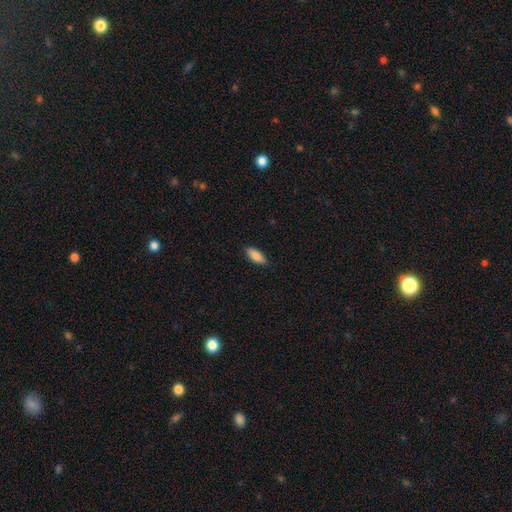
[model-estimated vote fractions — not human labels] Smooth or featured? smooth (83%)
How rounded? in between (76%)
Merging? none (86%)